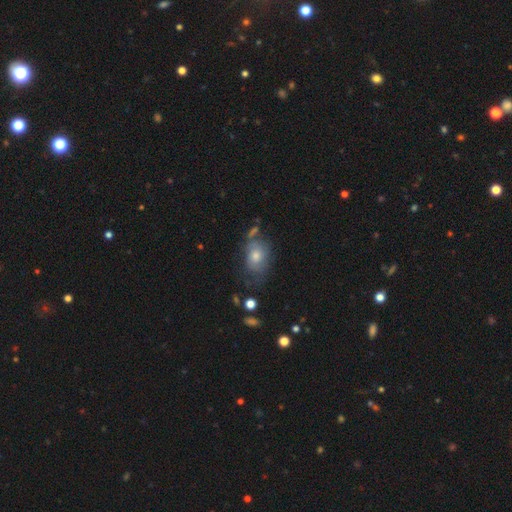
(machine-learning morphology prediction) smooth_or_featured: smooth (p=0.51) [alt: featured or disk p=0.36]
how_rounded: in between (p=0.72) [alt: round p=0.26]
merging: none (p=0.51) [alt: minor disturbance p=0.26]